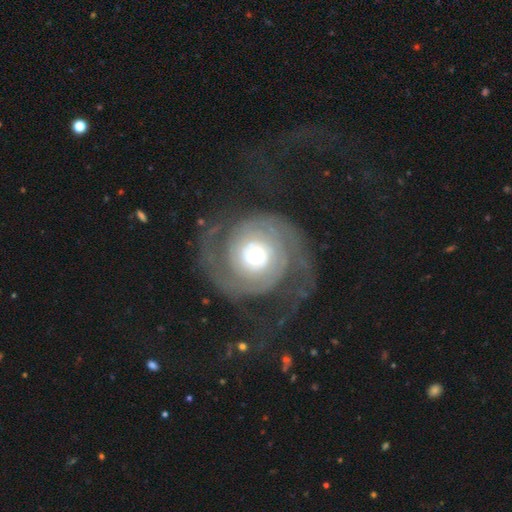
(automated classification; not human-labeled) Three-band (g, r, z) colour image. It shows a featured or disk galaxy (87%) with no bar (76%), 2 (58%) tight (63%) spiral arms (95%) and a moderate central bulge (64%). Merging: none (63%).